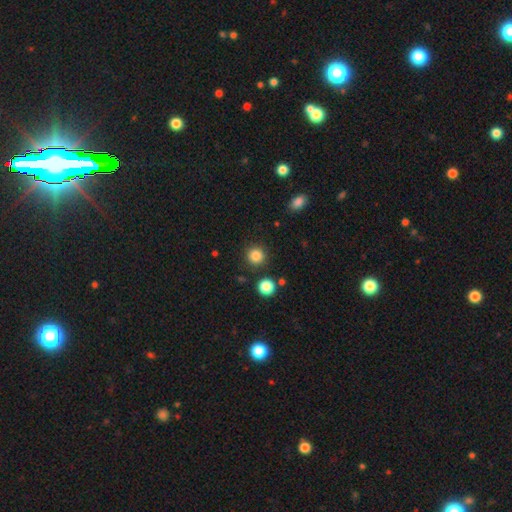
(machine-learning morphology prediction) Smooth or featured? smooth (84%)
How rounded? round (94%)
Merging? none (89%)